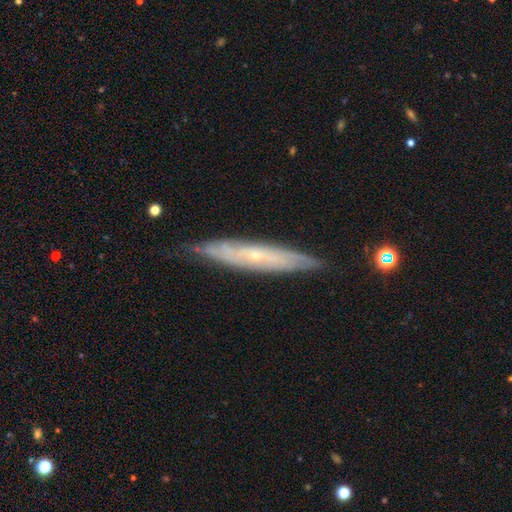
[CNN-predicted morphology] smooth_or_featured: featured or disk (p=0.70) [alt: smooth p=0.23]
disk_edge_on: yes (p=0.59) [alt: no p=0.41]
merging: none (p=0.76) [alt: minor disturbance p=0.19]